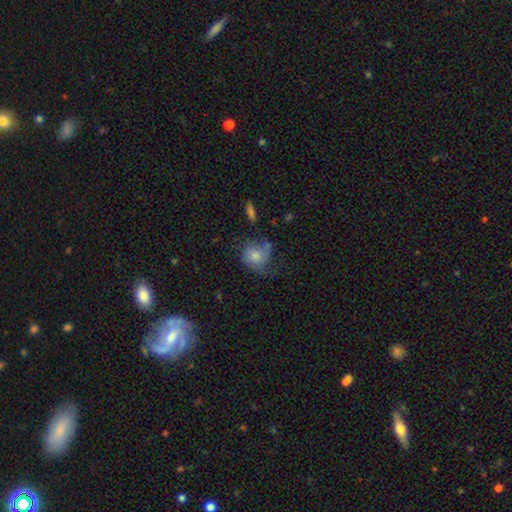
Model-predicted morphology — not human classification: smooth 46%, featured or disk 45%, star or artifact 9%. Down the decision tree: merging — none (40%).